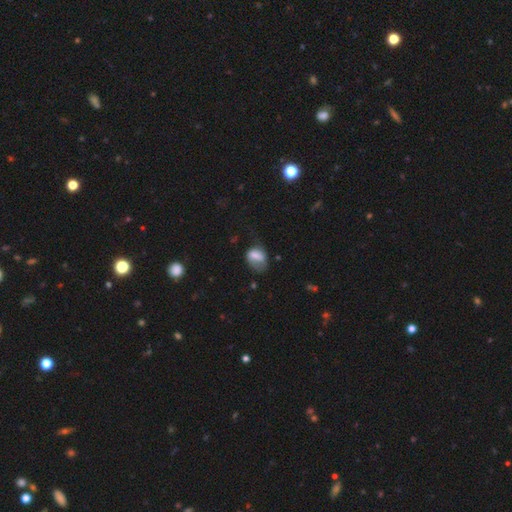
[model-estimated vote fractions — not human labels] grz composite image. It shows a smooth galaxy with no disk features (63%) that is in between round and cigar-shaped (74%). Merging: none (36%).